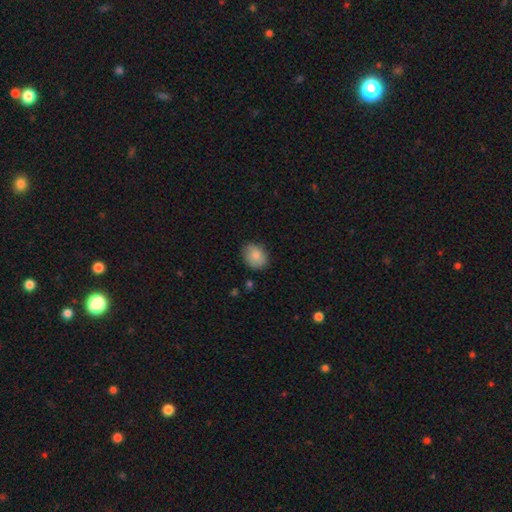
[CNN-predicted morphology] A smooth galaxy with no disk features (83%) that is in between round and cigar-shaped (56%). Merging: none (77%).